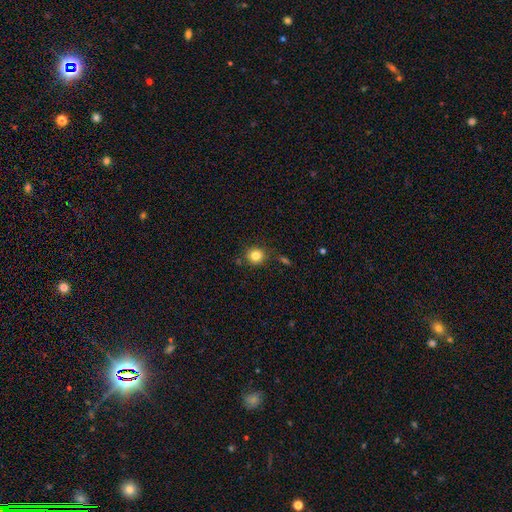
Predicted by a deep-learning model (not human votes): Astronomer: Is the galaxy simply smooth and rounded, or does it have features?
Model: smooth — 83%.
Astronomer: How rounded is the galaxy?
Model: round — 86%.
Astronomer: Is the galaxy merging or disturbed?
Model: none — 81%.